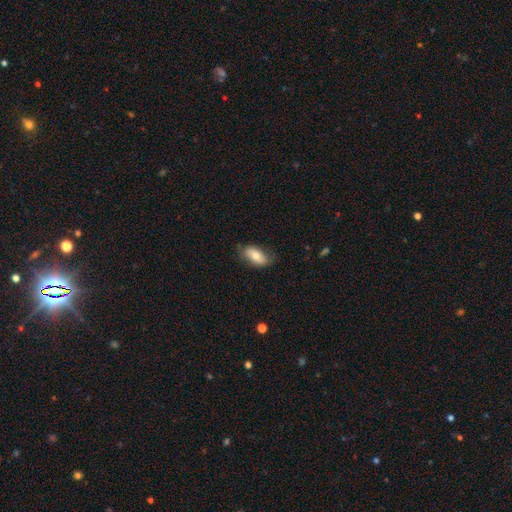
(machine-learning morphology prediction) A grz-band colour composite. It shows a smooth galaxy with no disk features (73%) that is in between round and cigar-shaped (89%). Merging: none (73%).